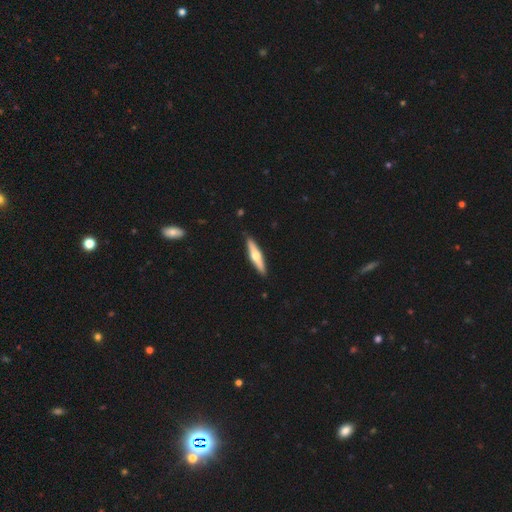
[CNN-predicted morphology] A featured or disk galaxy (58%) viewed edge-on (96%) with a rounded central bulge (93%).

Vote fractions:
- Smooth or featured? featured or disk: 58% / smooth: 38% / star or artifact: 5%
- Edge-on disk? yes: 96% / no: 4%
- Edge-on bulge? rounded: 93% / none: 4% / boxy: 3%
- Merging? none: 91% / minor disturbance: 7% / major disturbance: 1% / merger: 1%